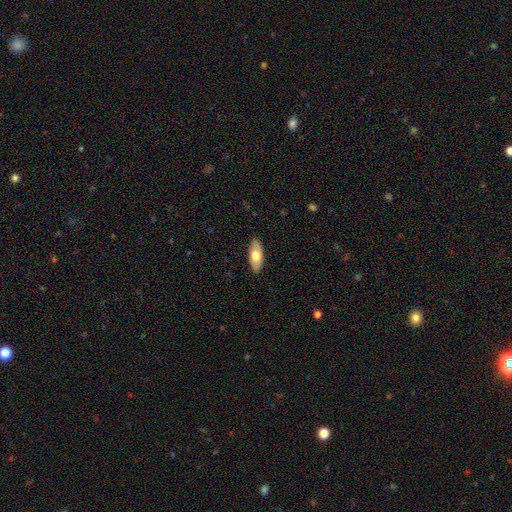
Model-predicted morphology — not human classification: Smooth or featured? smooth (69%)
How rounded? in between (82%)
Merging? none (88%)